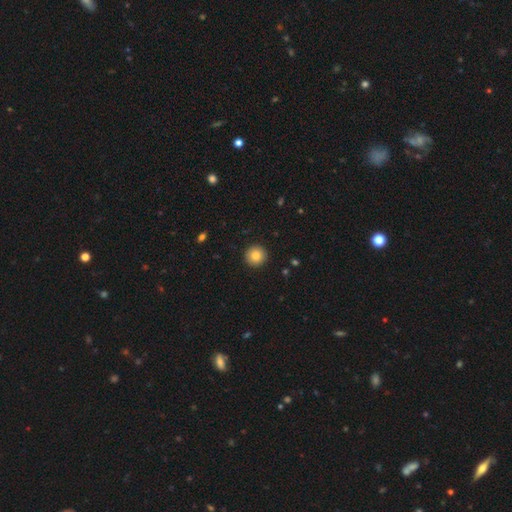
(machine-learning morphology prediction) smooth 84%, star or artifact 9%, featured or disk 7%. Down the decision tree: how rounded — round (96%); merging — none (93%).